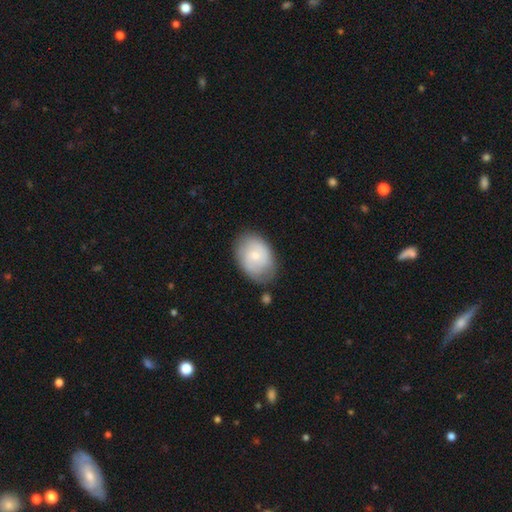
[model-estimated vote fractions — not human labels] This is likely a smooth galaxy (68%). How rounded: clearly in between (81%). Merging: likely none (69%).